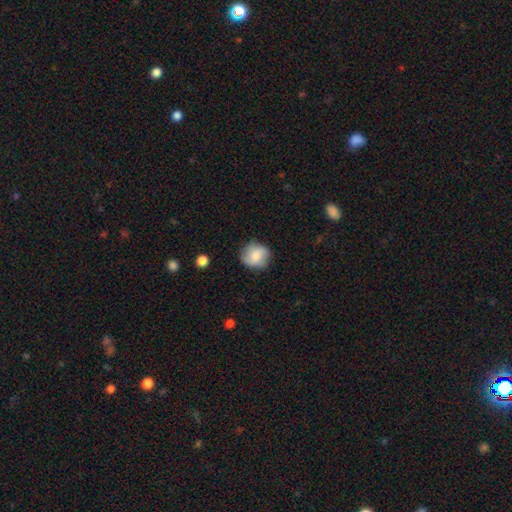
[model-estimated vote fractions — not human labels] This appears to be a smooth galaxy with no disk features (69%) that is round (88%). Merging: none (81%).